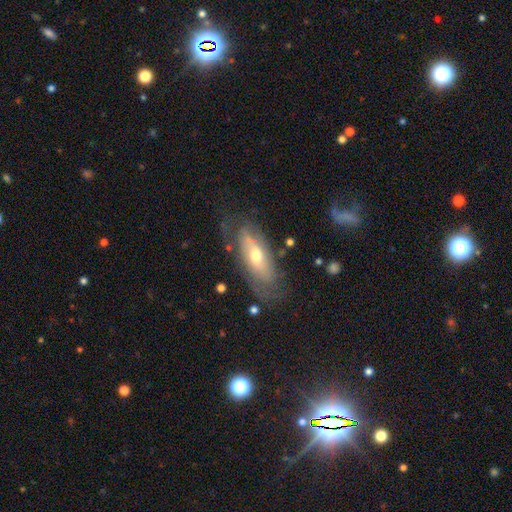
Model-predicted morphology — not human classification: featured or disk 61%, smooth 33%, star or artifact 7%. Down the decision tree: edge-on disk — no (79%); merging — none (65%).